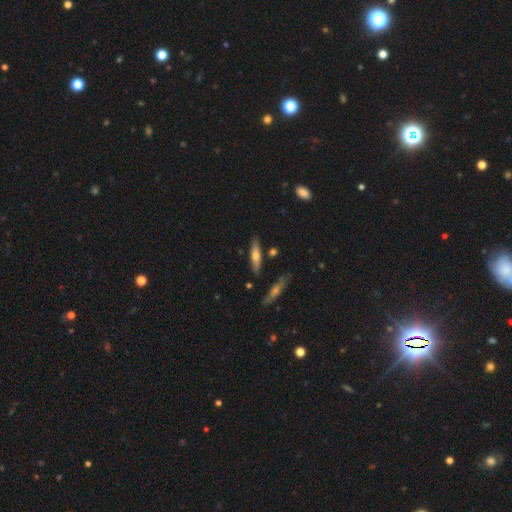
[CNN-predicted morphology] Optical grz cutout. It shows a smooth galaxy with no disk features (57%) that is cigar-shaped (74%). Merging: none (83%).